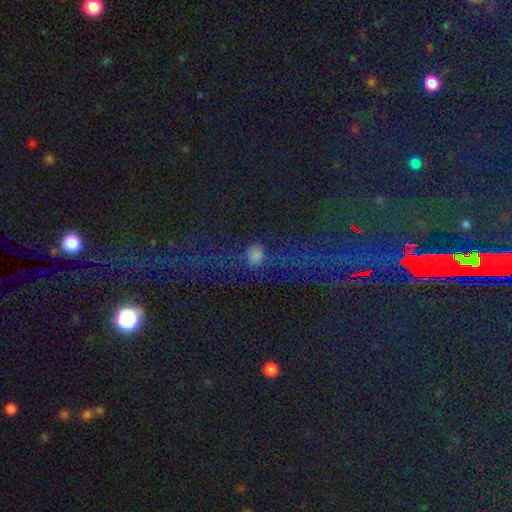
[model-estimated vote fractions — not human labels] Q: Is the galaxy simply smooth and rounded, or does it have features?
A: star or artifact — 48%.